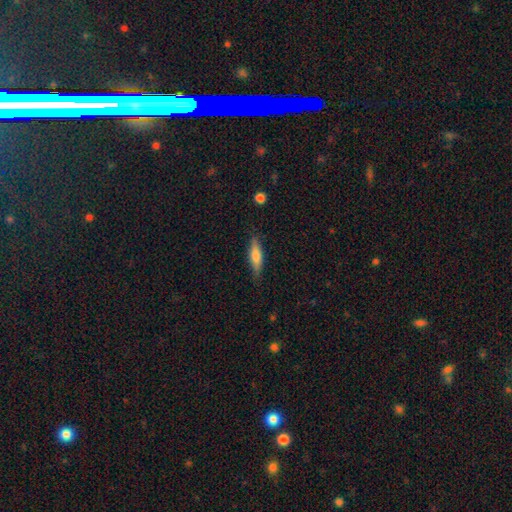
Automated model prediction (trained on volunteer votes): The model was most divided on "smooth or featured": smooth: 63%, featured or disk: 31%, star or artifact: 6%. More confident: merging — none (82%); how rounded — cigar-shaped (66%).